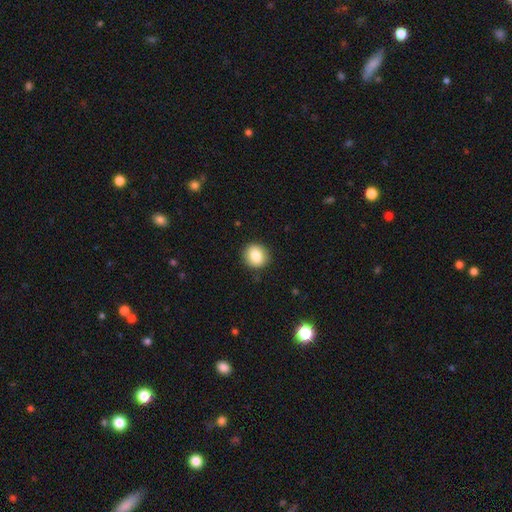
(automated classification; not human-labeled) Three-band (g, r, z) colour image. It shows a smooth galaxy with no disk features (84%) that is round (81%). Merging: none (89%).